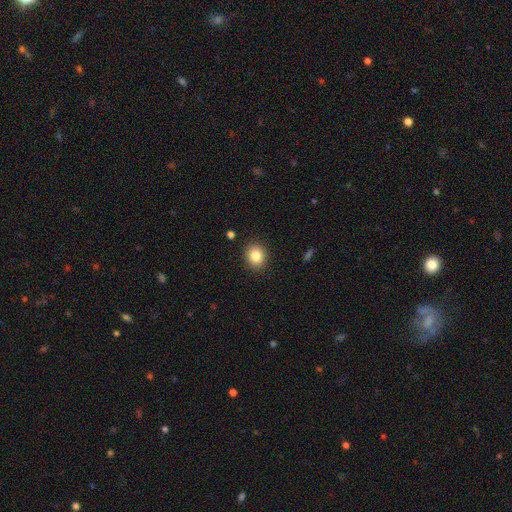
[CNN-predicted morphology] A smooth galaxy with no disk features (84%) that is round (72%). Merging: none (90%).